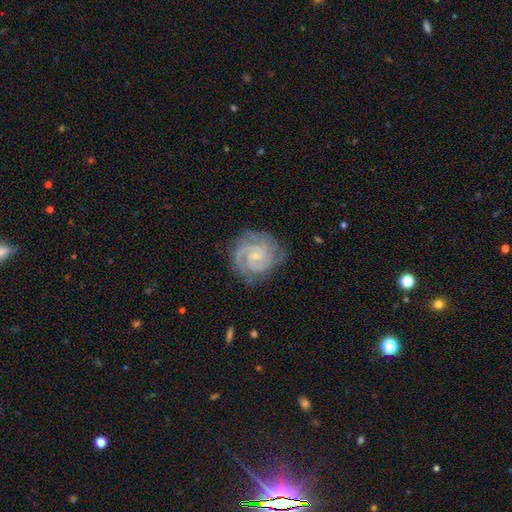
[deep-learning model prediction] The model was most divided on "bar": no: 52%, weak: 39%, strong: 9%. More confident: spiral arms — yes (98%); edge-on disk — no (98%); smooth or featured — featured or disk (91%); merging — none (79%); bulge size — small (77%); spiral winding — tight (71%); spiral arm count — 2 (62%).